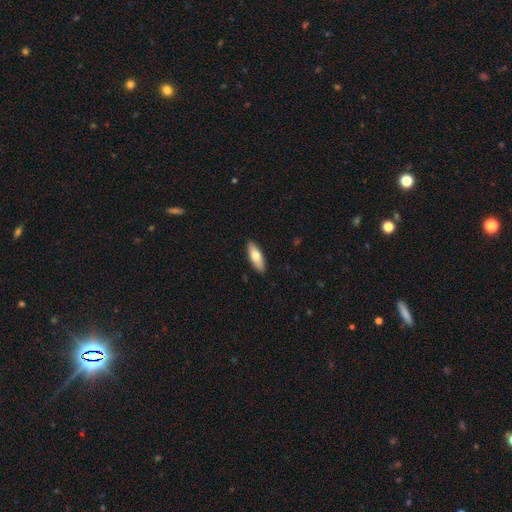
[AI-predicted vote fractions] The model was most divided on "how rounded": in between: 65%, cigar-shaped: 33%, round: 2%. More confident: merging — none (90%); smooth or featured — smooth (72%).